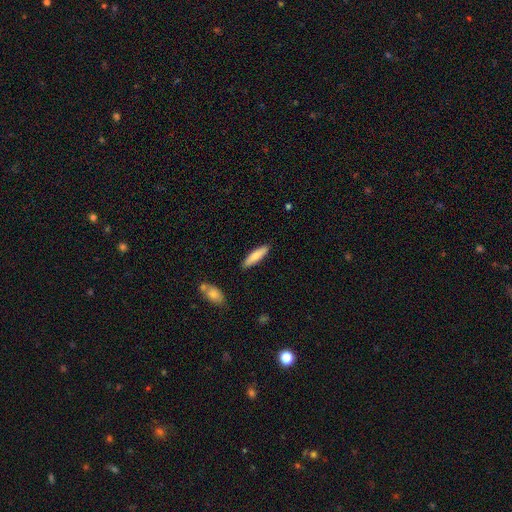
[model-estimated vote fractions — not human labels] A smooth galaxy with no disk features (78%) that is cigar-shaped (72%). Merging: none (88%).